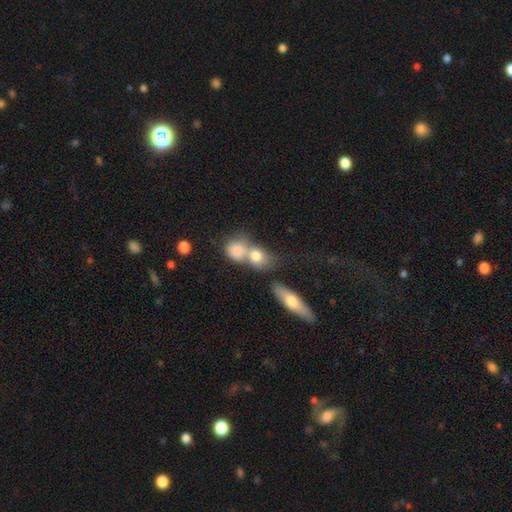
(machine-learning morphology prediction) Smooth or featured? smooth (77%)
How rounded? round (49%)
Merging? merger (56%)